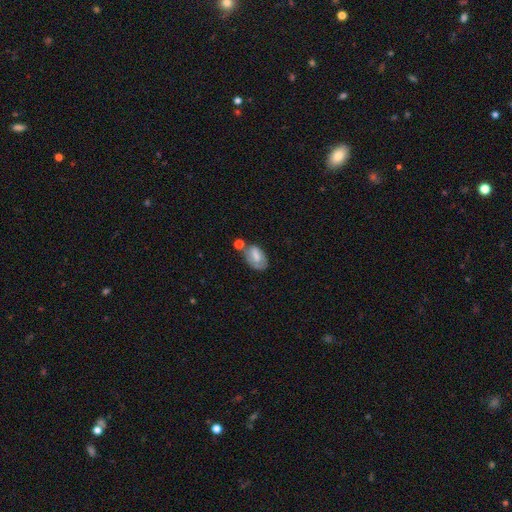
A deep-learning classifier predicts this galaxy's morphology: smooth_or_featured: smooth (p=0.59) [alt: featured or disk p=0.32]
how_rounded: in between (p=0.89) [alt: round p=0.09]
merging: none (p=0.40) [alt: minor disturbance p=0.24]